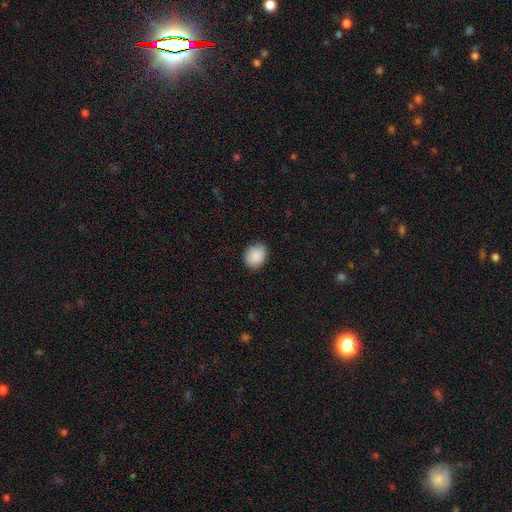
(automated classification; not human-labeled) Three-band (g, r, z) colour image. It shows a smooth galaxy with no disk features (89%) that is round (56%). Merging: none (80%).